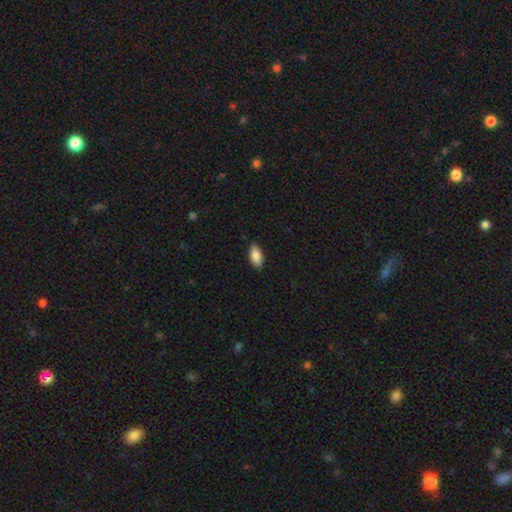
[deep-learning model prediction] Overall: smooth (85%). How rounded: in between (92%). Merging: none (85%).